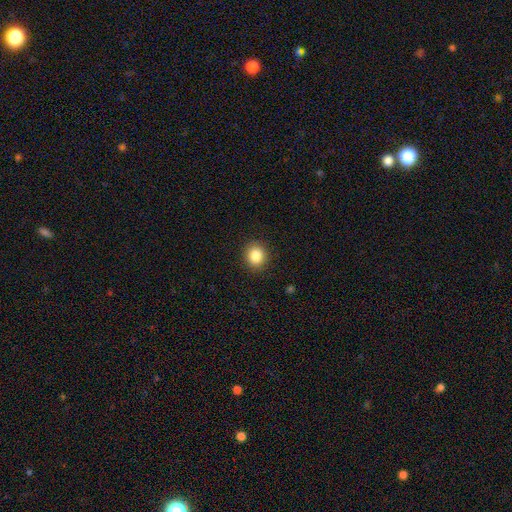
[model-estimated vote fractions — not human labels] Overall: smooth (86%). How rounded: round (78%). Merging: none (90%).